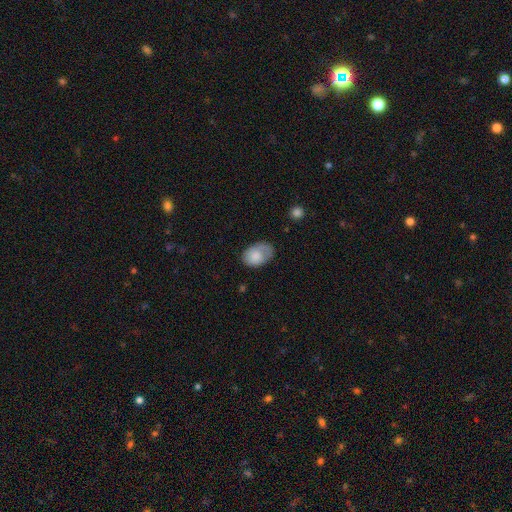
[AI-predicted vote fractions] Q: Smooth or featured?
A: smooth (78%); runner-up: featured or disk (15%)
Q: How rounded?
A: in between (86%); runner-up: round (13%)
Q: Merging?
A: none (50%); runner-up: minor disturbance (33%)